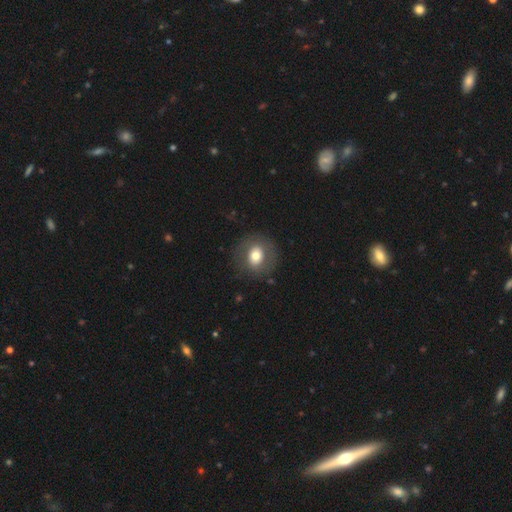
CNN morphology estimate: A smooth galaxy with no disk features (67%) that is round (76%). Merging: none (82%).